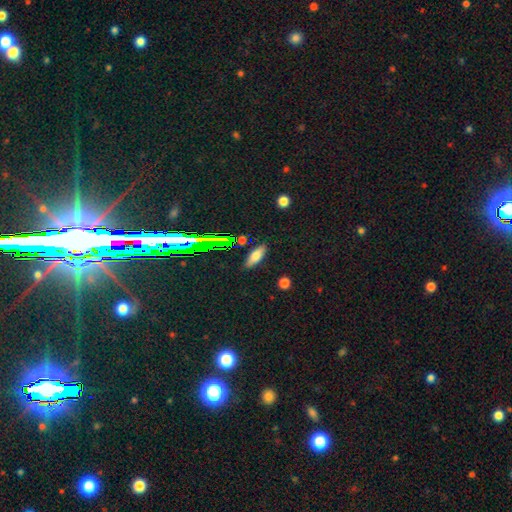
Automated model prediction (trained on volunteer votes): Smooth or featured? Predicted: smooth (p=0.71). How rounded? Predicted: in between (p=0.71). Merging? Predicted: none (p=0.85).